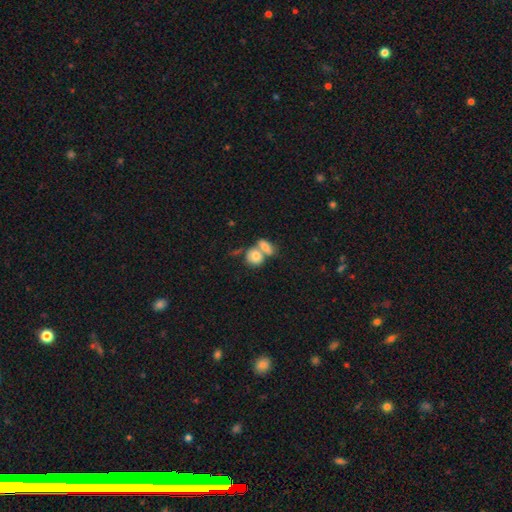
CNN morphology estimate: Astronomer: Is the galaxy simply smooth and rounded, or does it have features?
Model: smooth — 78%.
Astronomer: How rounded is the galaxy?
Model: round — 54% (runner-up: in between, 43%).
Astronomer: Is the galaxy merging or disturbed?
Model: merger — 59%.